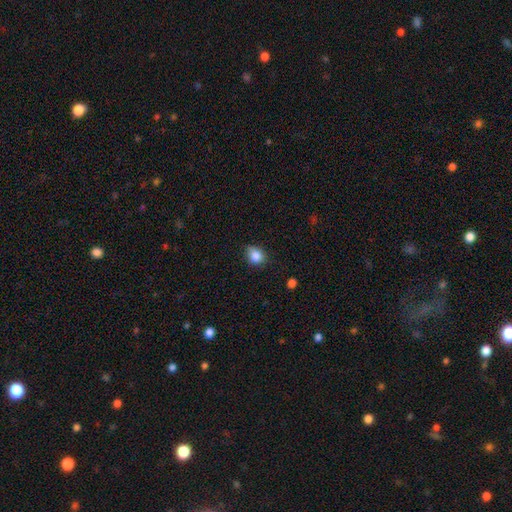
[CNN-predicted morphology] Q: Smooth or featured?
A: smooth (85%); runner-up: star or artifact (10%)
Q: How rounded?
A: round (61%); runner-up: in between (38%)
Q: Merging?
A: none (71%); runner-up: minor disturbance (23%)